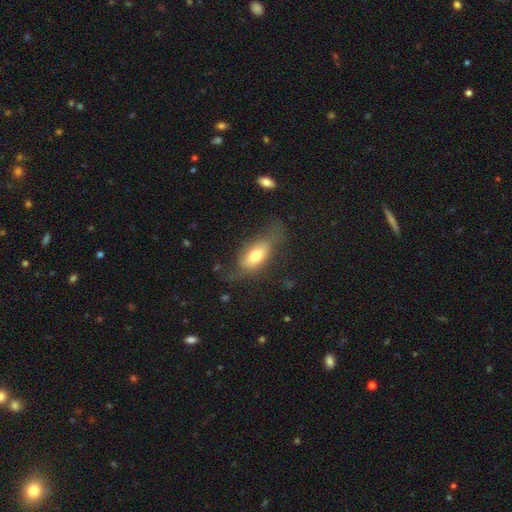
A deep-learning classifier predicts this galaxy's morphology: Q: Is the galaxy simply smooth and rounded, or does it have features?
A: smooth — 63%.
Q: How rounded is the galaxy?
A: in between — 81%.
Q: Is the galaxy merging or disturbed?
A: none — 46%.